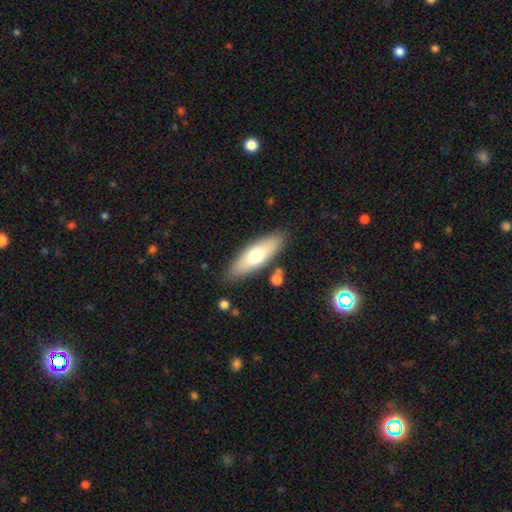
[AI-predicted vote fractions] Smooth or featured: smooth — 63% (featured or disk — 31%)
How rounded: in between — 55% (cigar-shaped — 43%)
Merging: none — 84% (minor disturbance — 10%)